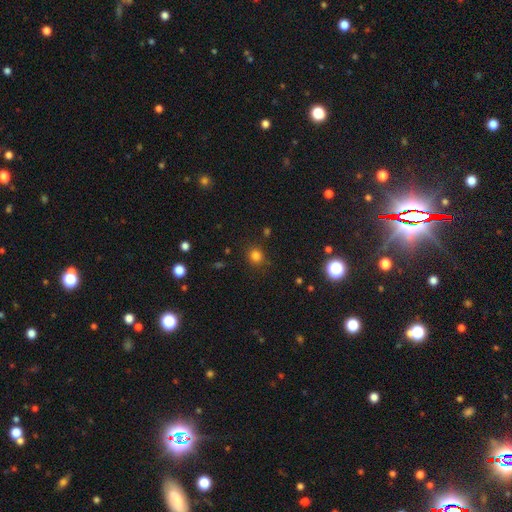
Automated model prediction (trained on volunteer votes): Smooth or featured? smooth (79%)
How rounded? round (86%)
Merging? none (85%)